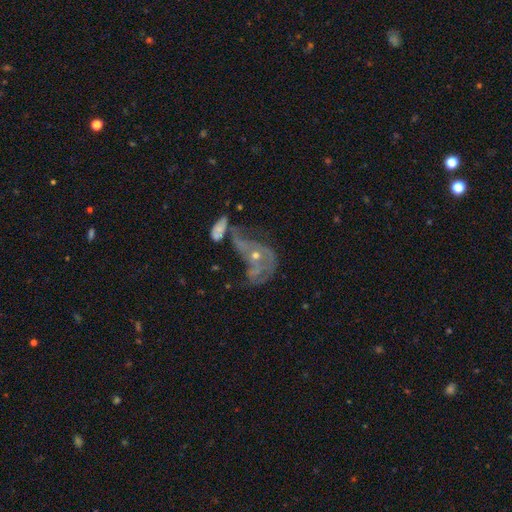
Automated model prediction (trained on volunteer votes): A featured or disk galaxy (74%) with no bar (76%), spiral arms (69%) and a small central bulge (57%). Merging: merger (39%).